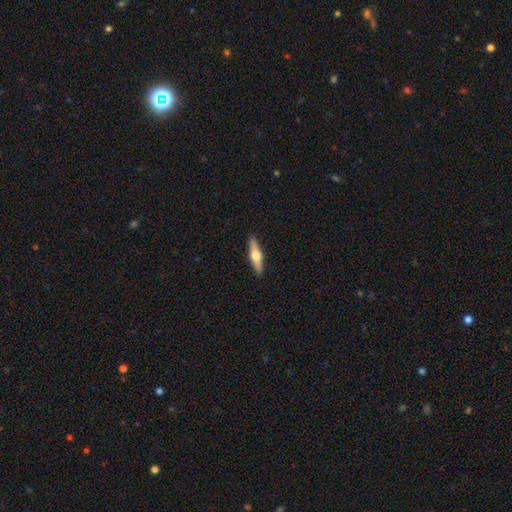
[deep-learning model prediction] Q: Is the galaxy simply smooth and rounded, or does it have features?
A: featured or disk — 56%.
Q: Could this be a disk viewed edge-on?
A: yes — 96%.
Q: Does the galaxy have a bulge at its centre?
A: rounded — 94%.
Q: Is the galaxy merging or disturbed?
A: none — 91%.